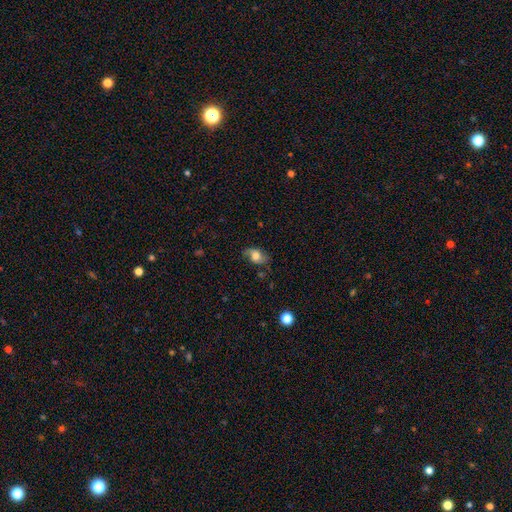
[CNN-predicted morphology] A smooth galaxy with no disk features (58%) that is in between round and cigar-shaped (78%).

Vote fractions:
- Smooth or featured? smooth: 58% / featured or disk: 32% / star or artifact: 10%
- How rounded? in between: 78% / round: 20% / cigar-shaped: 2%
- Merging? none: 64% / minor disturbance: 25% / major disturbance: 10% / merger: 2%